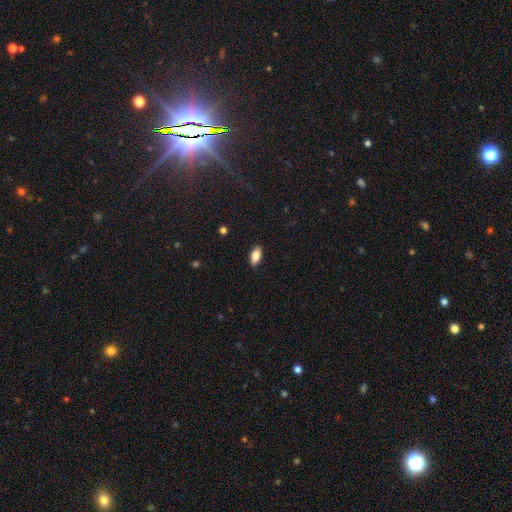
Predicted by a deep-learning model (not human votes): The model was most divided on "smooth or featured": smooth: 84%, featured or disk: 9%, star or artifact: 7%. More confident: how rounded — in between (90%); merging — none (89%).